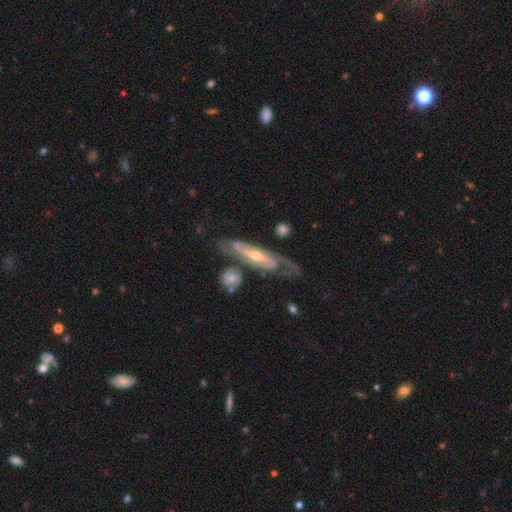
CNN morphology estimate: This is likely a featured or disk galaxy (78%). It is possibly not viewed edge-on (59%). Merging: possibly none (60%).